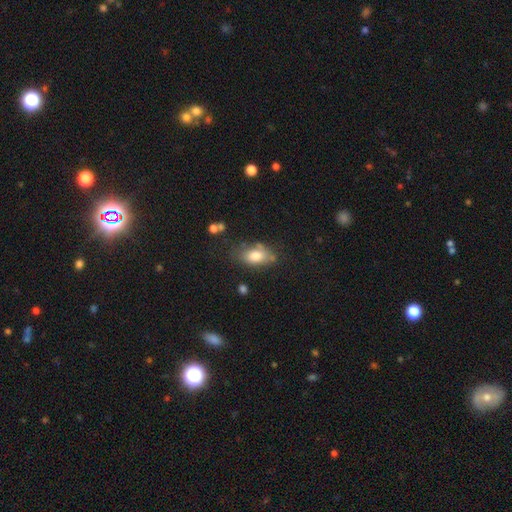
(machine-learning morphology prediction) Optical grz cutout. It shows a smooth galaxy with no disk features (77%) that is in between round and cigar-shaped (88%). Merging: none (60%).